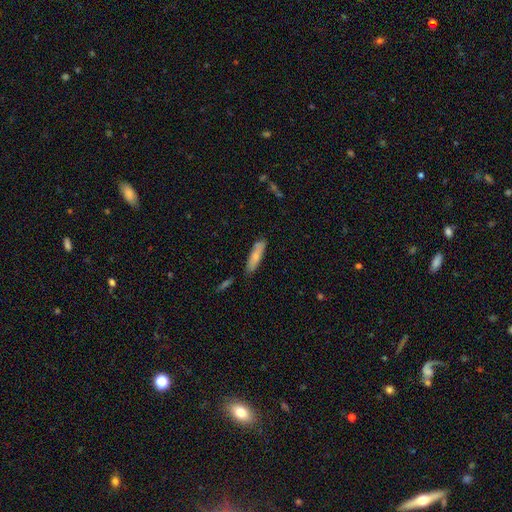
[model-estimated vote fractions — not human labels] Smooth or featured?
  - smooth: 72% *
  - featured or disk: 22%
  - star or artifact: 6%
How rounded?
  - cigar-shaped: 70% *
  - in between: 28%
  - round: 2%
Merging?
  - none: 77% *
  - minor disturbance: 17%
  - merger: 4%
  - major disturbance: 3%